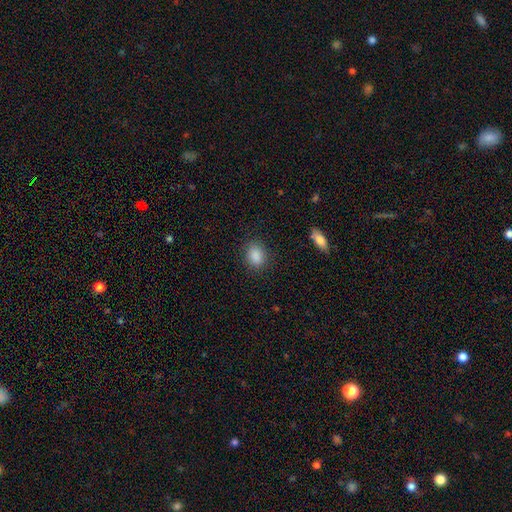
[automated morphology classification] type=smooth (88%); roundness=in between (62%); merging=none (86%).